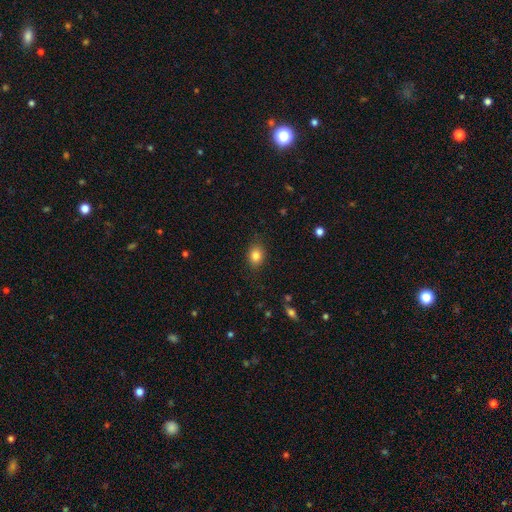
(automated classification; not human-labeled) Smooth or featured: smooth — 83% (star or artifact — 10%)
How rounded: in between — 64% (round — 35%)
Merging: none — 85% (minor disturbance — 12%)